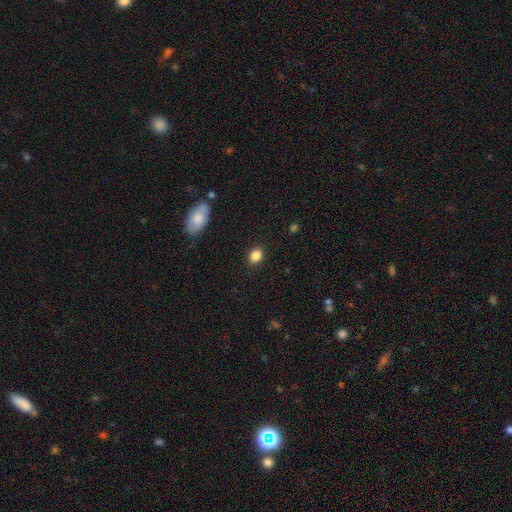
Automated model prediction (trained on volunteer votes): Morphology: type=smooth (86%); roundness=in between (56%); merging=none (88%).